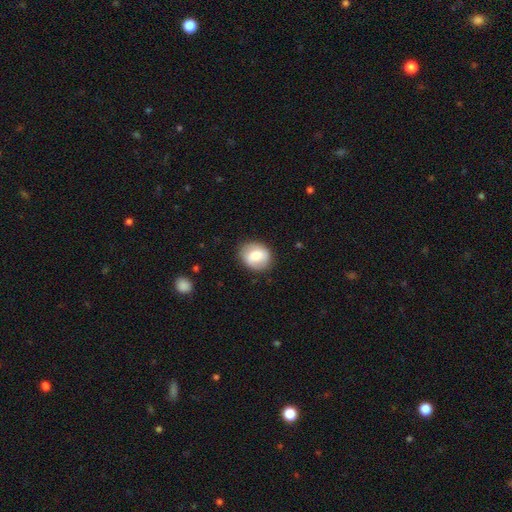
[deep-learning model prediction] Smooth or featured? Predicted: smooth (p=0.70). How rounded? Predicted: round (p=0.66). Merging? Predicted: none (p=0.84).